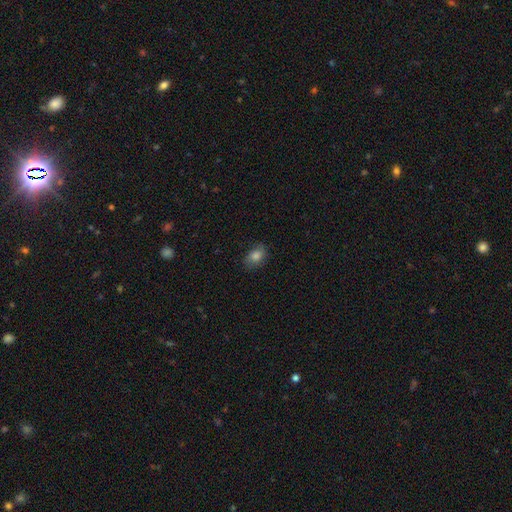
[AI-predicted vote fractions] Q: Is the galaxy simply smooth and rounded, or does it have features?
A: smooth — 80%.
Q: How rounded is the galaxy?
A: in between — 79%.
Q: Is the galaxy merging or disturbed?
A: none — 79%.